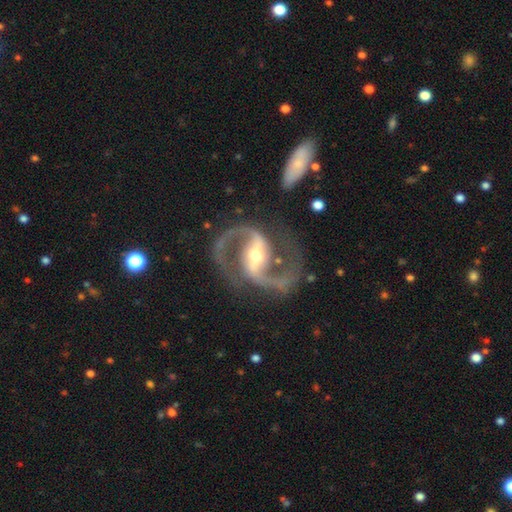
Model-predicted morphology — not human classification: The model was most divided on "bulge size": moderate: 58%, small: 35%, large: 5%, none: 1%, dominant: 1%. More confident: spiral arms — yes (98%); edge-on disk — no (98%); spiral arm count — 2 (95%); smooth or featured — featured or disk (94%); merging — none (81%); spiral winding — medium (67%); bar — strong (57%).